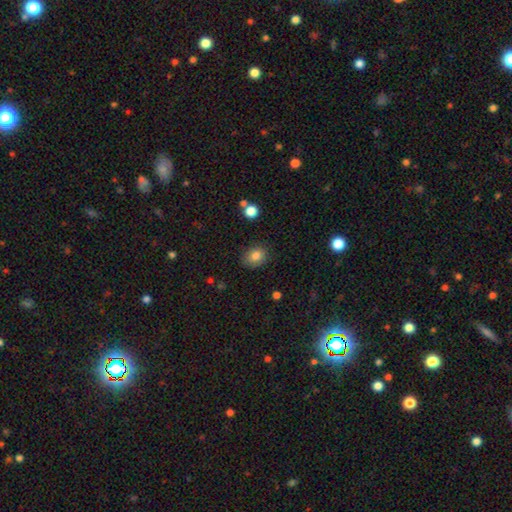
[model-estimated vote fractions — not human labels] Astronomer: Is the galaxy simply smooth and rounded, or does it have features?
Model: smooth — 83%.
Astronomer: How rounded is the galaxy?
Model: in between — 52% (runner-up: round, 47%).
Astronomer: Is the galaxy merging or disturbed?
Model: none — 81%.